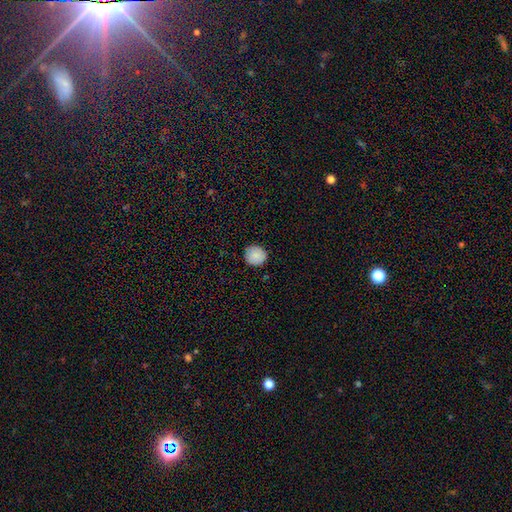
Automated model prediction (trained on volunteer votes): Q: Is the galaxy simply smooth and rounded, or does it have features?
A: smooth — 88%.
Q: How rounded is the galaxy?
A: round — 90%.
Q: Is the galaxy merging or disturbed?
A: none — 89%.